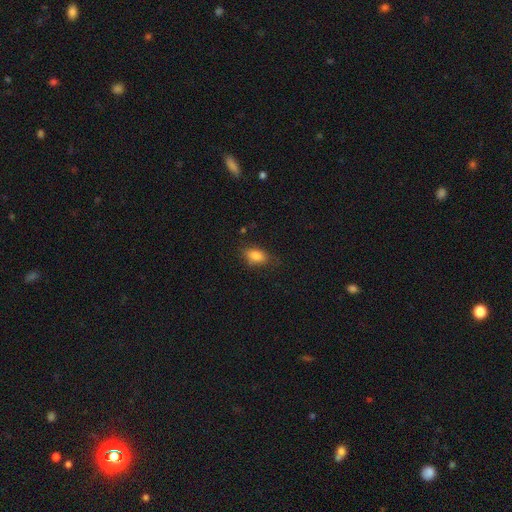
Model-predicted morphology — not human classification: Smooth or featured? Predicted: smooth (p=0.84). How rounded? Predicted: in between (p=0.86). Merging? Predicted: none (p=0.75).